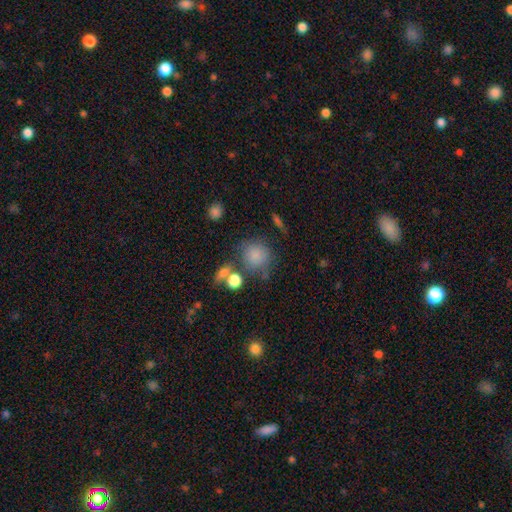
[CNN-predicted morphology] This is clearly a smooth galaxy (81%). How rounded: clearly round (84%). Merging: likely none (61%).